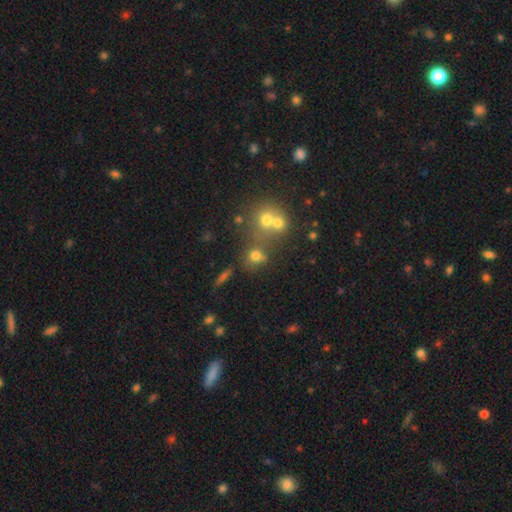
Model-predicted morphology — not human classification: Smooth or featured? Predicted: smooth (p=0.69). How rounded? Predicted: round (p=0.73). Merging? Predicted: none (p=0.52).